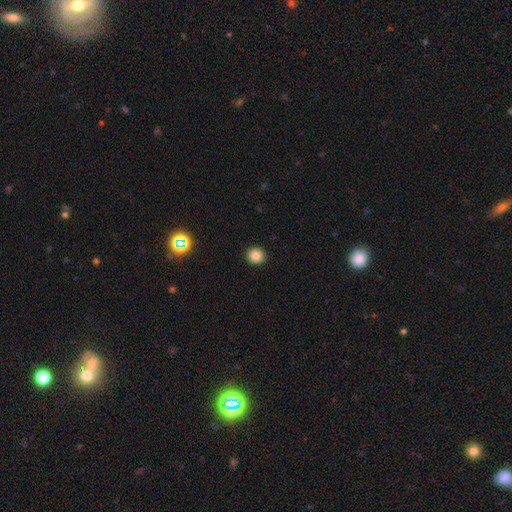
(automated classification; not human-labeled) Smooth or featured: smooth — 83% (star or artifact — 12%)
How rounded: round — 90% (in between — 9%)
Merging: none — 93% (minor disturbance — 5%)